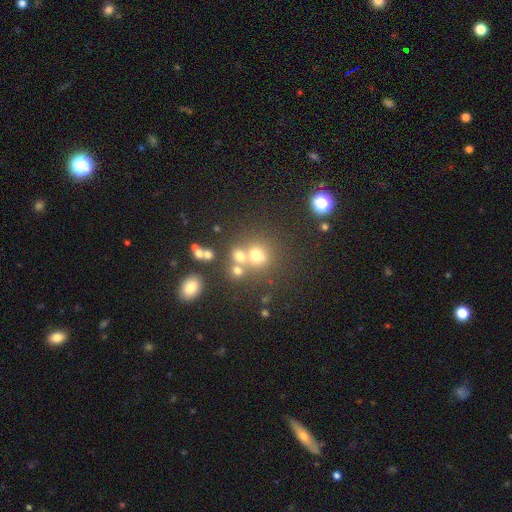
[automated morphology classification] smooth-or-featured: smooth: 62% | star or artifact: 23% | featured or disk: 15%
  how-rounded: round: 80% | in between: 19% | cigar-shaped: 1%
  merging: none: 51% | merger: 35% | minor disturbance: 9% | major disturbance: 5%